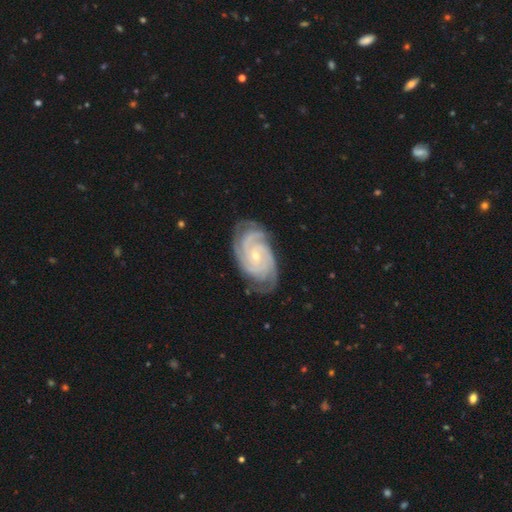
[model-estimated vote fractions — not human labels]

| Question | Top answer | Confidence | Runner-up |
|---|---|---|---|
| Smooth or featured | featured or disk | 91% | star or artifact (5%) |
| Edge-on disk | no | 98% | yes (2%) |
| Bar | no | 71% | weak (22%) |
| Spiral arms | yes | 99% | no (1%) |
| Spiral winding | tight | 77% | medium (21%) |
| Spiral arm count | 3 | 33% | 4 (31%) |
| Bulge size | small | 71% | moderate (26%) |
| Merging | none | 77% | minor disturbance (17%) |